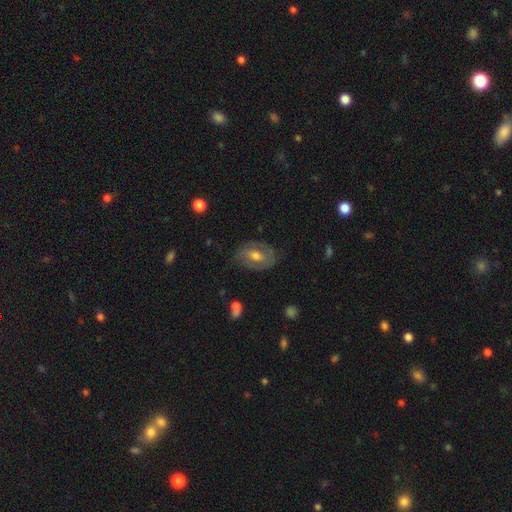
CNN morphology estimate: smooth-or-featured: featured or disk: 63% | smooth: 29% | star or artifact: 8%
  disk-edge-on: no: 94% | yes: 6%
    bar: weak: 44% | no: 40% | strong: 17%
    has-spiral-arms: yes: 66% | no: 34%
    bulge-size: moderate: 70% | small: 19% | large: 8% | none: 2% | dominant: 1%
  merging: none: 75% | minor disturbance: 17% | major disturbance: 6% | merger: 1%